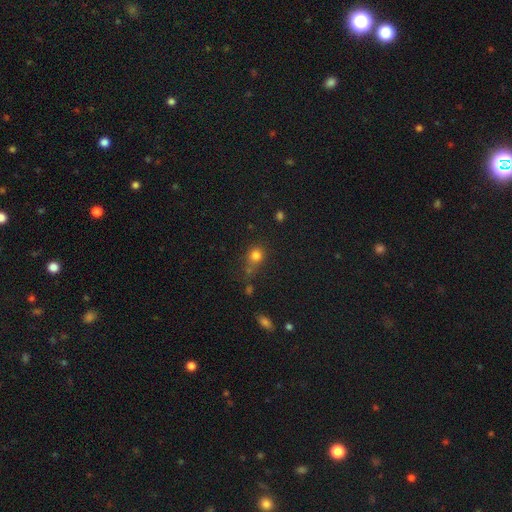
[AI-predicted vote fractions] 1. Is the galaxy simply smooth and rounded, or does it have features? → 78% smooth, 15% star or artifact, 7% featured or disk.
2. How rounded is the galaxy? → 80% round, 18% in between, 1% cigar-shaped.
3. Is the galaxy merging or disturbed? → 55% none, 19% minor disturbance, 17% merger, 9% major disturbance.